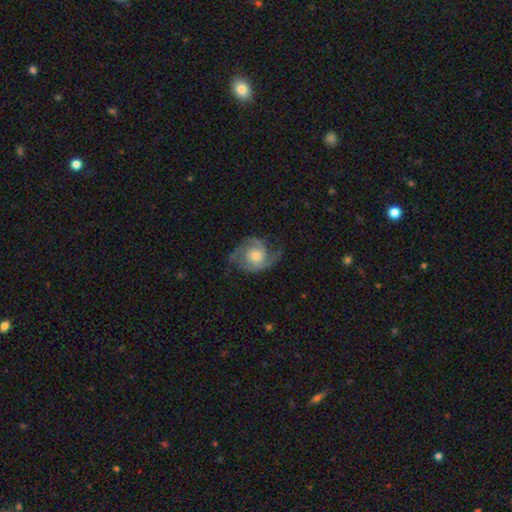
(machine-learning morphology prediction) The model was most divided on "spiral winding": medium: 47%, tight: 32%, loose: 20%. More confident: edge-on disk — no (97%); spiral arms — yes (95%); smooth or featured — featured or disk (82%); spiral arm count — 2 (76%); bar — no (75%); merging — none (66%); bulge size — moderate (58%).